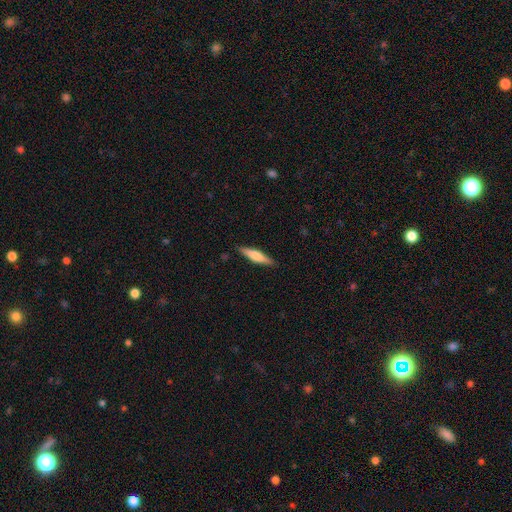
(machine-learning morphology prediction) type=smooth (57%); roundness=cigar-shaped (79%); merging=none (88%).